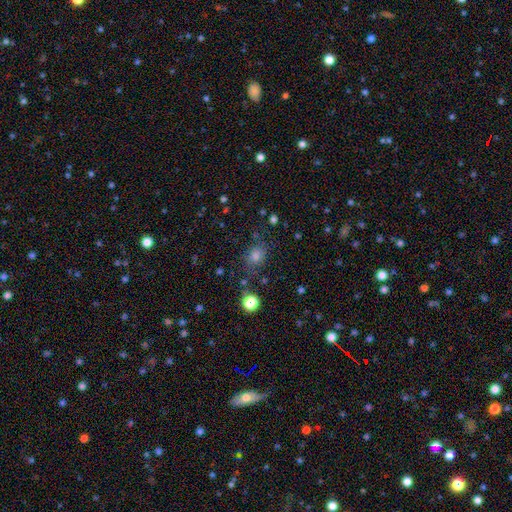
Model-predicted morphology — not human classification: Smooth or featured: smooth — 70% (star or artifact — 22%)
How rounded: round — 54% (in between — 44%)
Merging: none — 74% (minor disturbance — 16%)